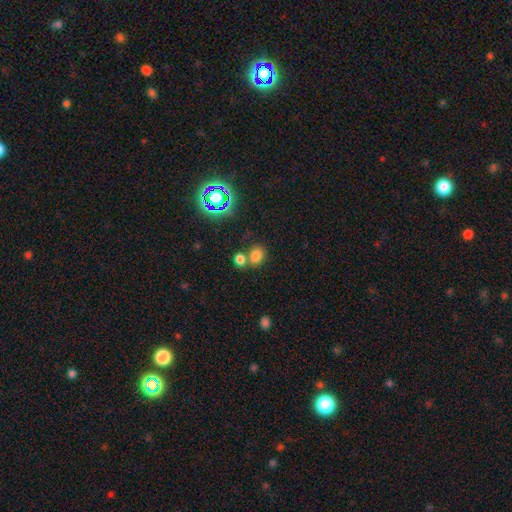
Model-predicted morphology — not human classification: Q: Smooth or featured?
A: smooth (74%); runner-up: star or artifact (18%)
Q: How rounded?
A: in between (53%); runner-up: round (46%)
Q: Merging?
A: none (50%); runner-up: merger (36%)